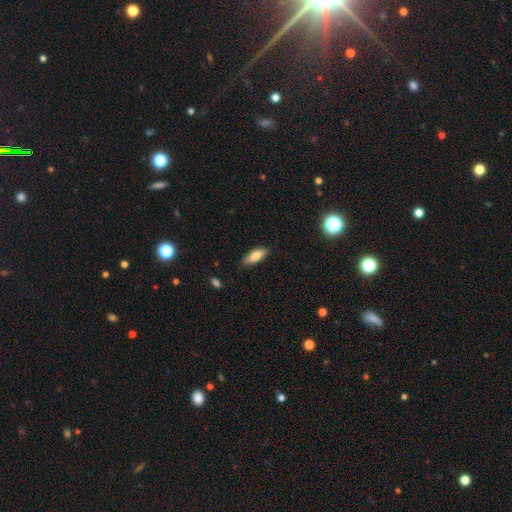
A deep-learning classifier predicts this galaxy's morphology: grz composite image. It shows a smooth galaxy with no disk features (81%) that is in between round and cigar-shaped (73%). Merging: none (85%).